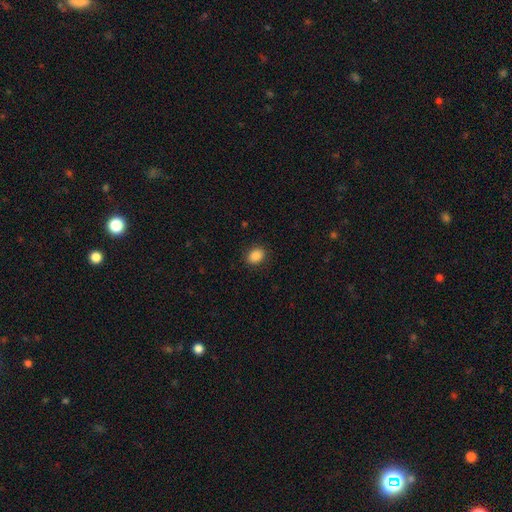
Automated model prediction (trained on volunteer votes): Smooth or featured? Predicted: smooth (p=0.87). How rounded? Predicted: in between (p=0.62). Merging? Predicted: none (p=0.89).